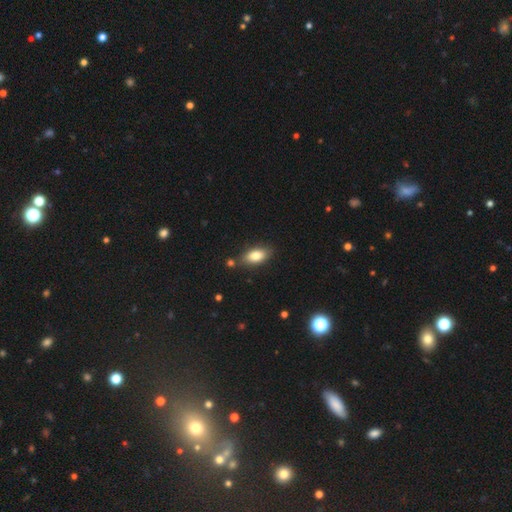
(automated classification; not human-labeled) Smooth or featured? smooth (82%)
How rounded? in between (89%)
Merging? none (79%)